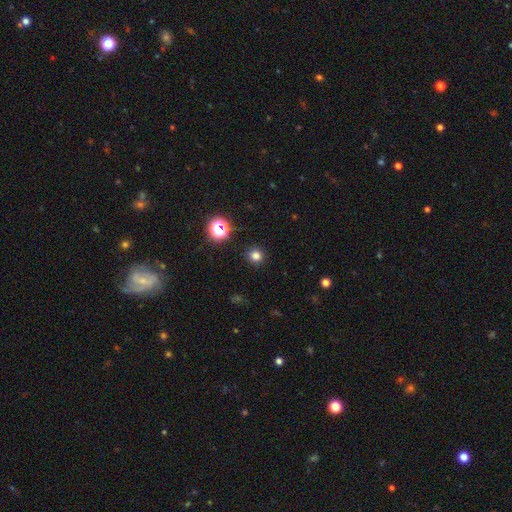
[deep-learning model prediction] This appears to be a smooth galaxy with no disk features (77%) that is round (93%). Merging: none (91%).